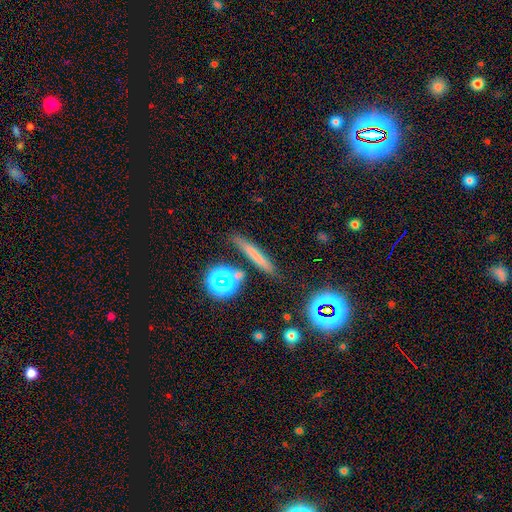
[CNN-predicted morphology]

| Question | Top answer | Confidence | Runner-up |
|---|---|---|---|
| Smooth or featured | smooth | 61% | featured or disk (21%) |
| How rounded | cigar-shaped | 87% | round (7%) |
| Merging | none | 82% | minor disturbance (10%) |